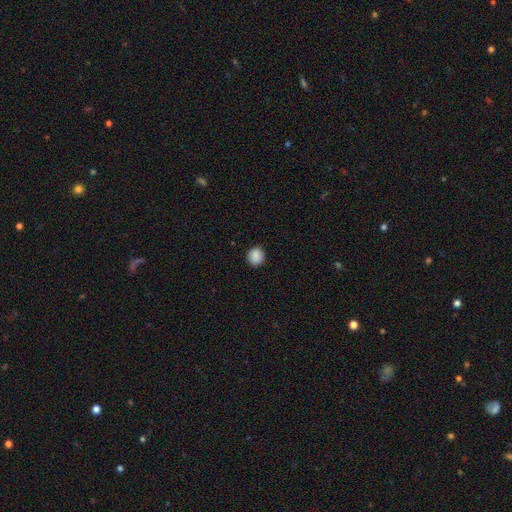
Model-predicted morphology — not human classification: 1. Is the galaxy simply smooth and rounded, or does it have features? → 89% smooth, 9% star or artifact, 3% featured or disk.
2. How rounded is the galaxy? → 80% round, 19% in between, 1% cigar-shaped.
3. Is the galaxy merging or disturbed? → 90% none, 7% minor disturbance, 2% major disturbance, 1% merger.